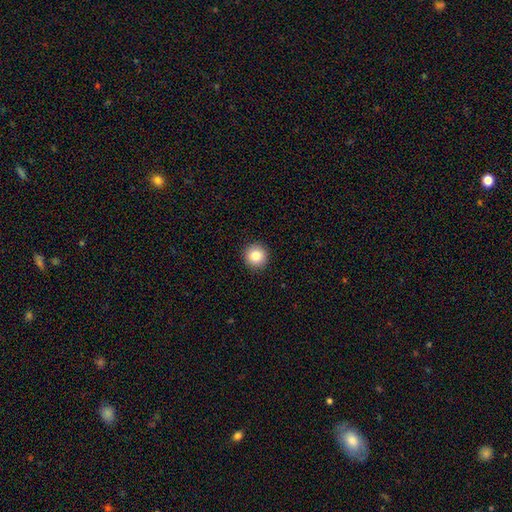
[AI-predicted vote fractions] The model was most divided on "smooth or featured": smooth: 84%, star or artifact: 10%, featured or disk: 6%. More confident: how rounded — round (96%); merging — none (93%).